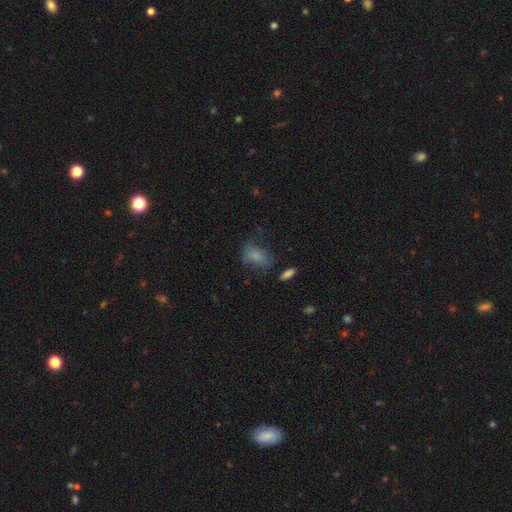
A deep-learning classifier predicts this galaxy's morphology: type=smooth (73%); roundness=in between (82%); merging=none (47%).